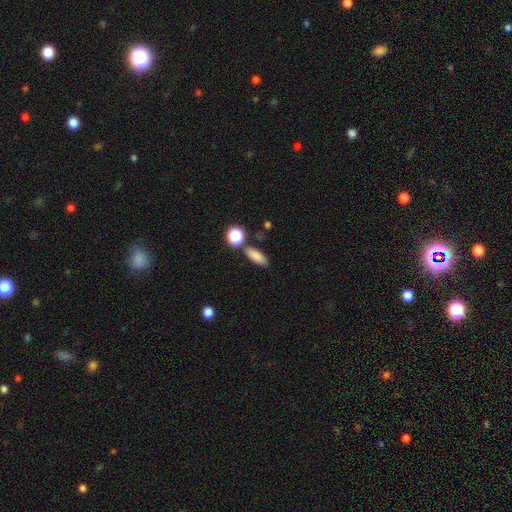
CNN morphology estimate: smooth-or-featured: smooth: 83% | star or artifact: 10% | featured or disk: 7%
  how-rounded: in between: 71% | cigar-shaped: 23% | round: 7%
  merging: none: 78% | minor disturbance: 11% | merger: 8% | major disturbance: 3%